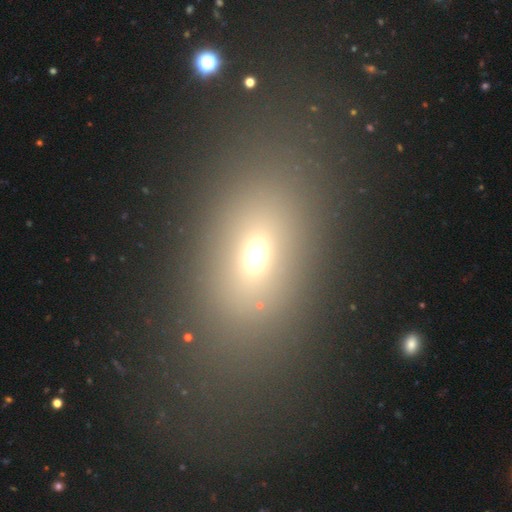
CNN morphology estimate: A smooth galaxy with no disk features (64%) that is in between round and cigar-shaped (78%). Merging: none (76%).